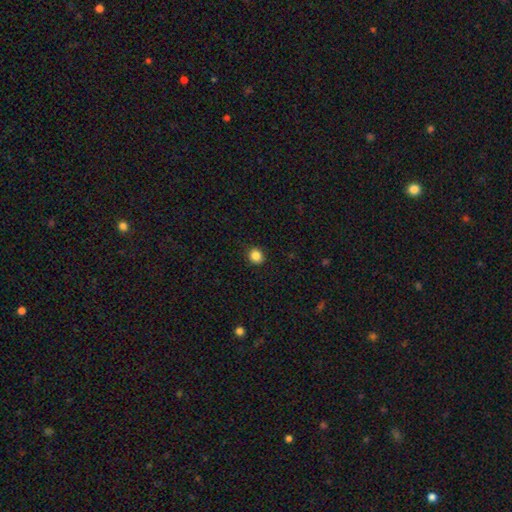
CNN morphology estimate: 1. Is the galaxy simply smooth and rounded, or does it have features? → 86% smooth, 11% star or artifact, 3% featured or disk.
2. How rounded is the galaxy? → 88% round, 11% in between, 1% cigar-shaped.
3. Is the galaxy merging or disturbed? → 90% none, 7% minor disturbance, 2% major disturbance, 1% merger.